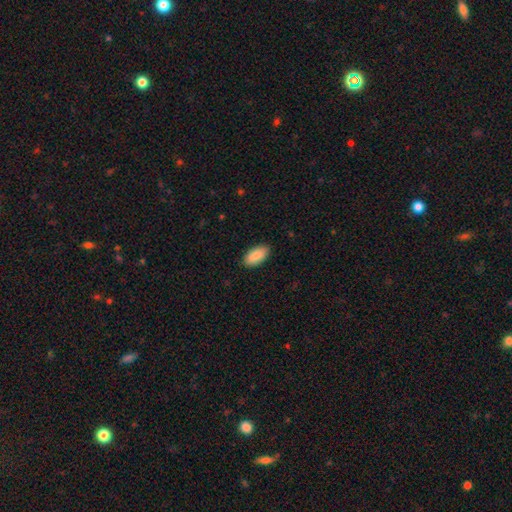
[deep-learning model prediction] Morphology: type=smooth (90%); roundness=in between (92%); merging=none (89%).